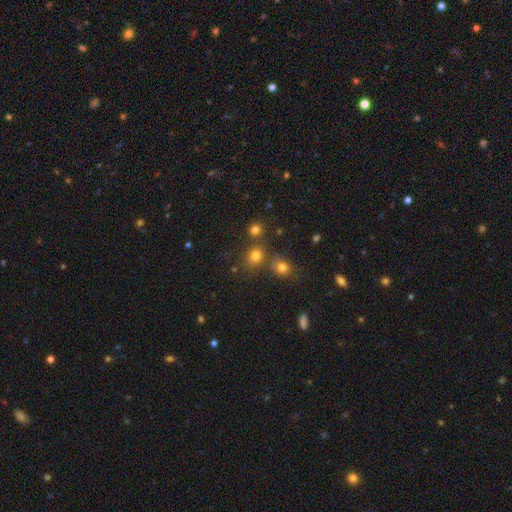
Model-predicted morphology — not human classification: This appears to be a smooth galaxy with no disk features (76%) that is round (72%). Merging: none (65%).